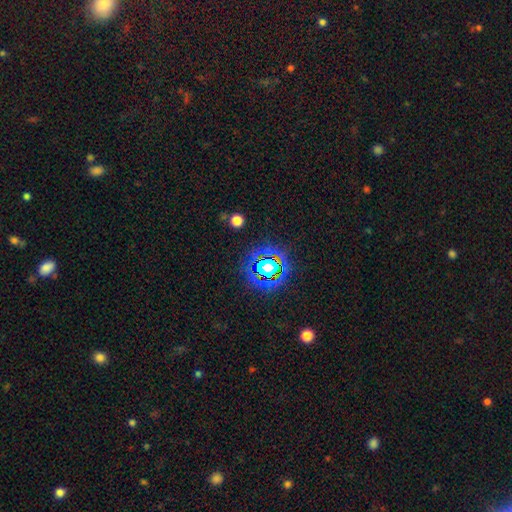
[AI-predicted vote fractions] The model was most divided on "smooth or featured": star or artifact: 78%, smooth: 14%, featured or disk: 8%.